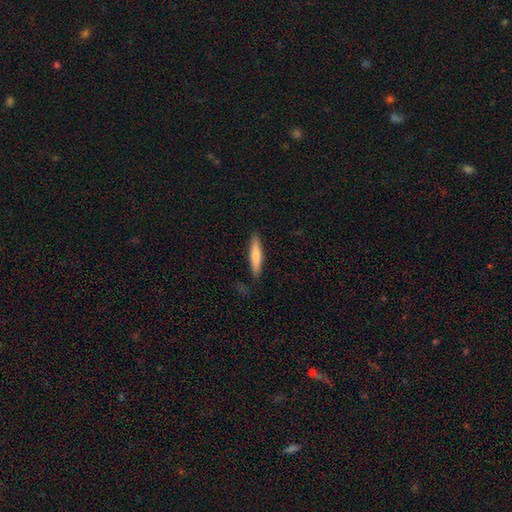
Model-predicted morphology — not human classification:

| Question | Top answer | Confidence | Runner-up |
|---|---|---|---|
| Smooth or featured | smooth | 65% | featured or disk (29%) |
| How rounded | cigar-shaped | 85% | in between (14%) |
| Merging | none | 87% | minor disturbance (9%) |